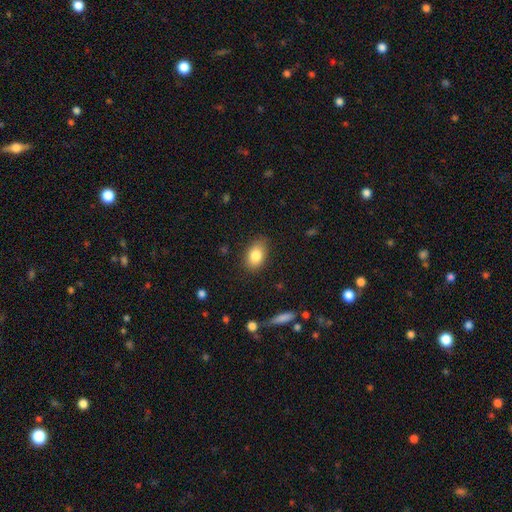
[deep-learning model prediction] Smooth or featured?
  - smooth: 83% *
  - featured or disk: 9%
  - star or artifact: 8%
How rounded?
  - in between: 86% *
  - round: 13%
  - cigar-shaped: 2%
Merging?
  - none: 83% *
  - minor disturbance: 12%
  - major disturbance: 3%
  - merger: 1%